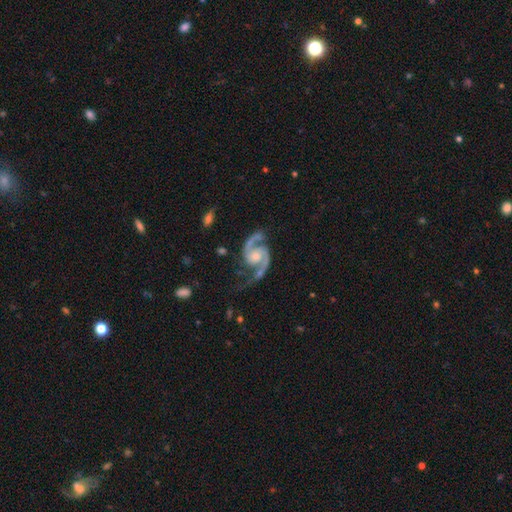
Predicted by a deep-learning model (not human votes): This is clearly a featured or disk galaxy (94%). It is clearly not viewed edge-on (98%). Bar: likely no (64%). Spiral arm pattern: clearly yes (99%). Spiral arm count: clearly 2 (93%). Spiral winding: likely medium (60%). Central bulge: possibly moderate (51%). Merging: likely none (64%).